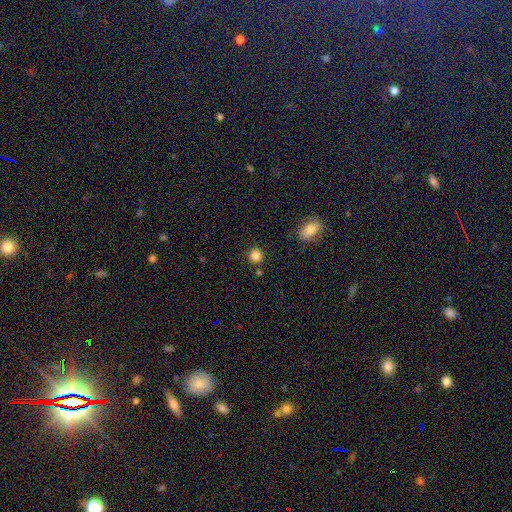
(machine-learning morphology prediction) This appears to be a smooth galaxy with no disk features (84%) that is round (93%). Merging: none (86%).